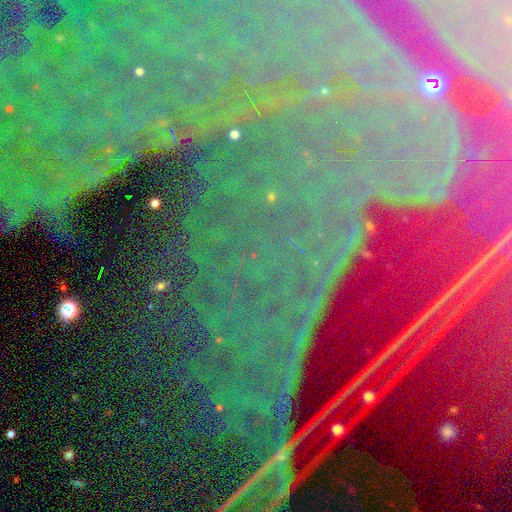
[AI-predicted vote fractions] A star or artifact, not a galaxy (86%).